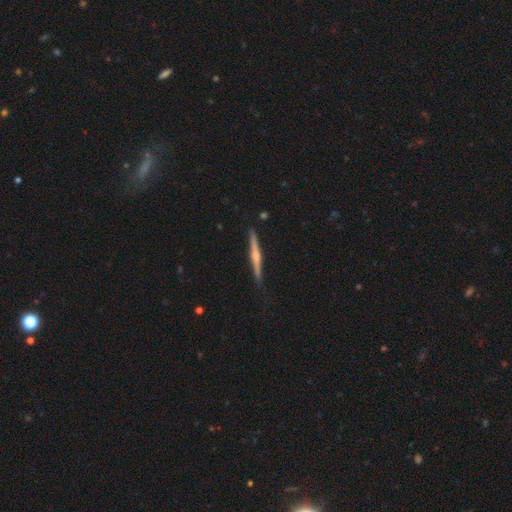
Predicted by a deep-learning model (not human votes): A featured or disk galaxy (66%) viewed edge-on (98%) with a rounded central bulge (74%). Merging: none (86%).